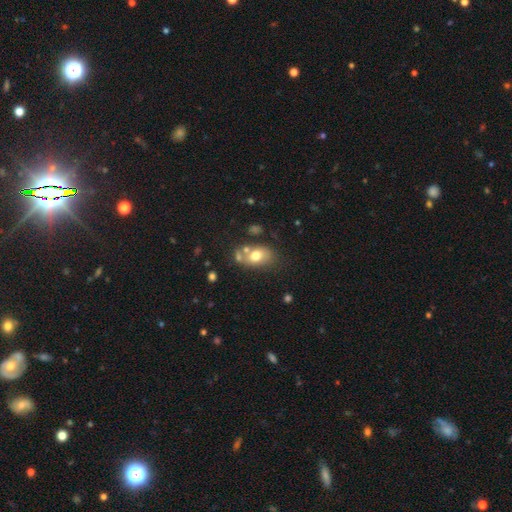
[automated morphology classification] smooth 69%, featured or disk 21%, star or artifact 10%. Down the decision tree: how rounded — in between (78%); merging — none (49%).